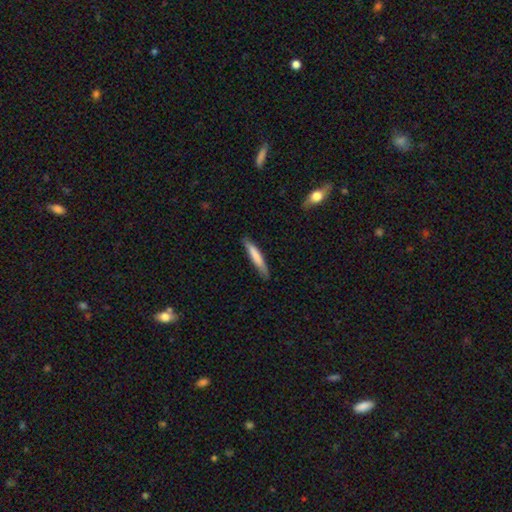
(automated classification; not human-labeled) Morphology: type=smooth (74%); roundness=cigar-shaped (93%); merging=none (82%).